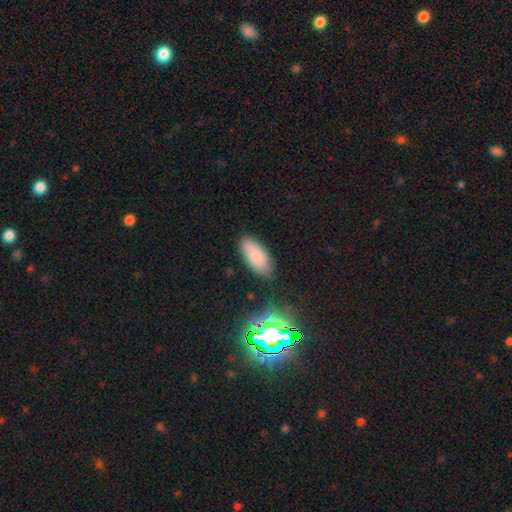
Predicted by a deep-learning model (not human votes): This is likely a smooth galaxy (80%). How rounded: clearly in between (87%). Merging: likely none (78%).